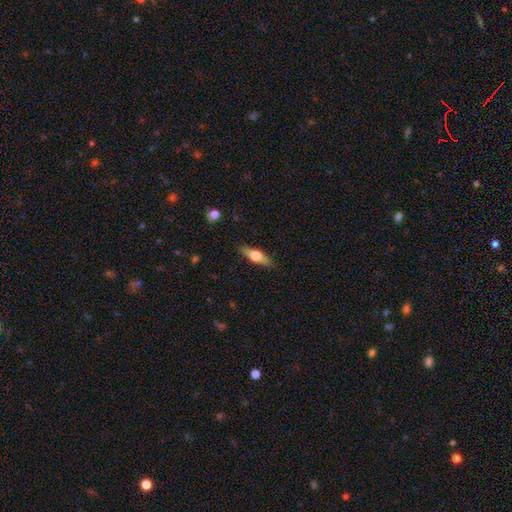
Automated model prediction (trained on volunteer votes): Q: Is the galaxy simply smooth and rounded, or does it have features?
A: smooth — 51%.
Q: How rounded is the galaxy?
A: cigar-shaped — 49%.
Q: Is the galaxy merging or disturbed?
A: none — 86%.